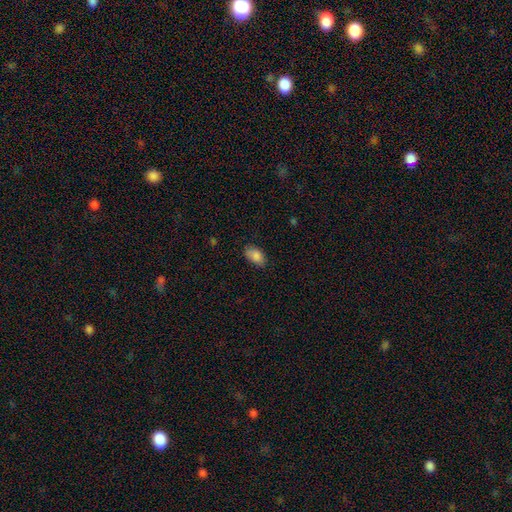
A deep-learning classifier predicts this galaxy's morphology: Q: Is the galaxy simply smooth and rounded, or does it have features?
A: smooth — 86%.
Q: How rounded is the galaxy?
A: in between — 91%.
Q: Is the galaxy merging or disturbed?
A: none — 75%.